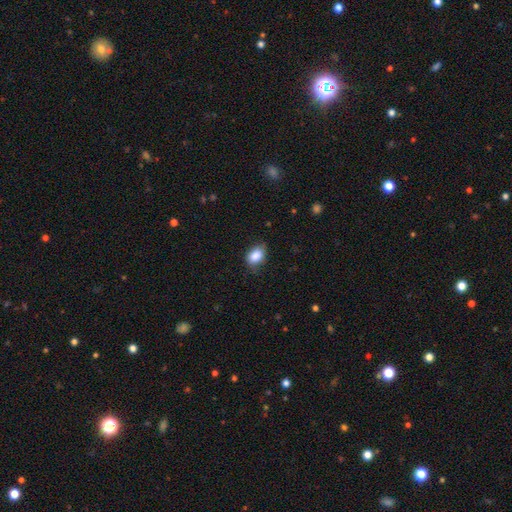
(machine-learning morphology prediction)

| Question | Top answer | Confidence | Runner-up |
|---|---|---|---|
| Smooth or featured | smooth | 85% | star or artifact (8%) |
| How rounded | in between | 77% | round (22%) |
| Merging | none | 67% | minor disturbance (27%) |